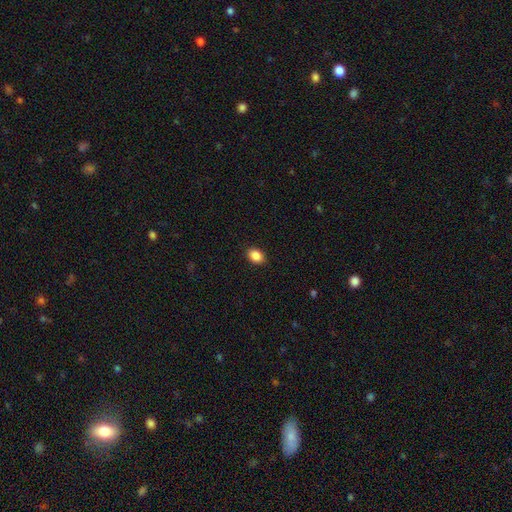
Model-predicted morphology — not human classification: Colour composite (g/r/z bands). It shows a smooth galaxy with no disk features (88%) that is in between round and cigar-shaped (74%). Merging: none (90%).